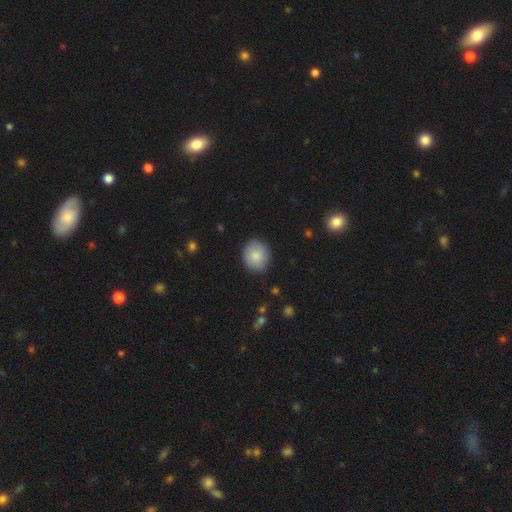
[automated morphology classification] Smooth or featured? Predicted: smooth (p=0.83). How rounded? Predicted: round (p=0.74). Merging? Predicted: none (p=0.86).